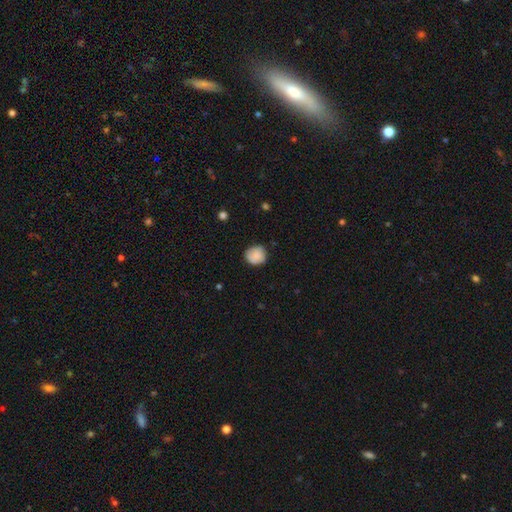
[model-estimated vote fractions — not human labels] smooth-or-featured: smooth: 77% | featured or disk: 15% | star or artifact: 8%
  how-rounded: round: 84% | in between: 16% | cigar-shaped: 1%
  merging: none: 74% | minor disturbance: 20% | major disturbance: 4% | merger: 2%